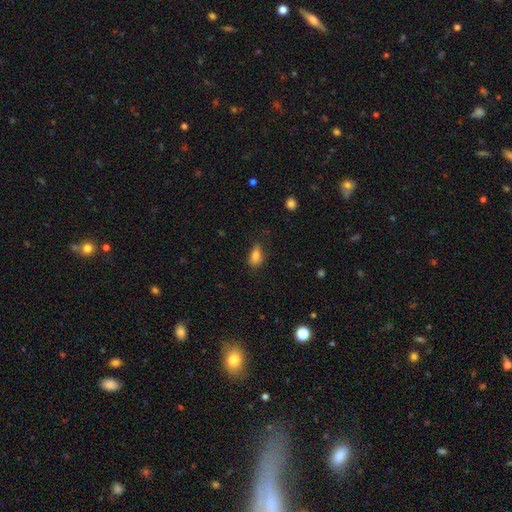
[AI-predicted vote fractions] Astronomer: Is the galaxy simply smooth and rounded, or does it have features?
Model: smooth — 82%.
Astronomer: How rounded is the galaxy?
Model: in between — 85%.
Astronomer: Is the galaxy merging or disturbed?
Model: none — 64%.